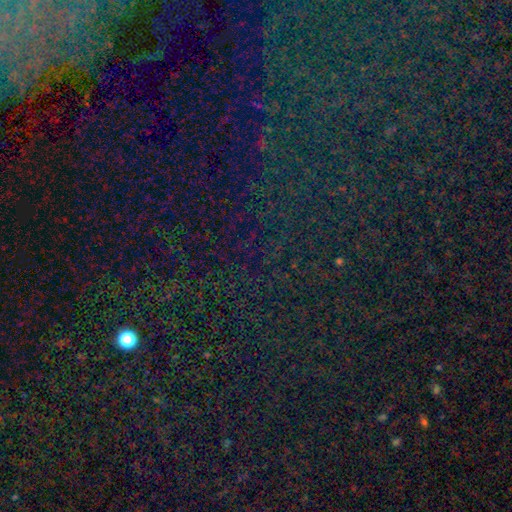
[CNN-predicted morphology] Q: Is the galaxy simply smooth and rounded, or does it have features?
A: star or artifact — 82%.